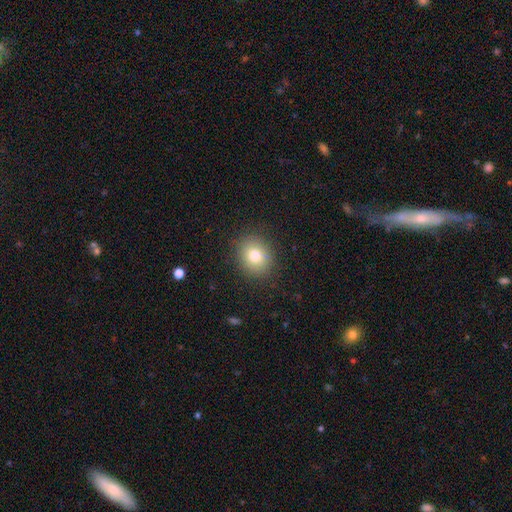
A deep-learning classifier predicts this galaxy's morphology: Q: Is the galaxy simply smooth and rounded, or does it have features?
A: smooth — 80%.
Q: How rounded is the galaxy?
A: round — 67%.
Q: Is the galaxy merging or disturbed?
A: none — 89%.